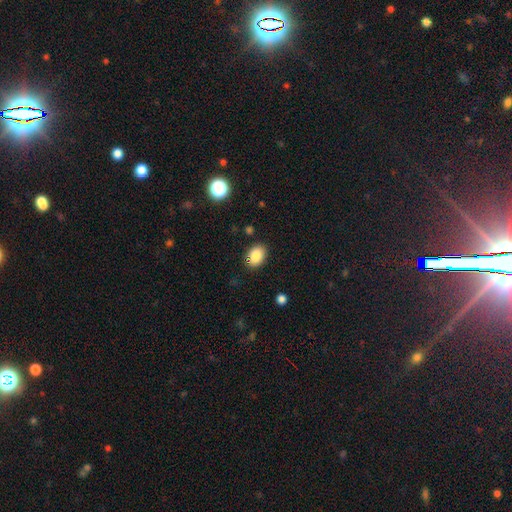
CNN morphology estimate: Smooth or featured: smooth — 86% (star or artifact — 9%)
How rounded: in between — 73% (round — 26%)
Merging: none — 84% (minor disturbance — 12%)